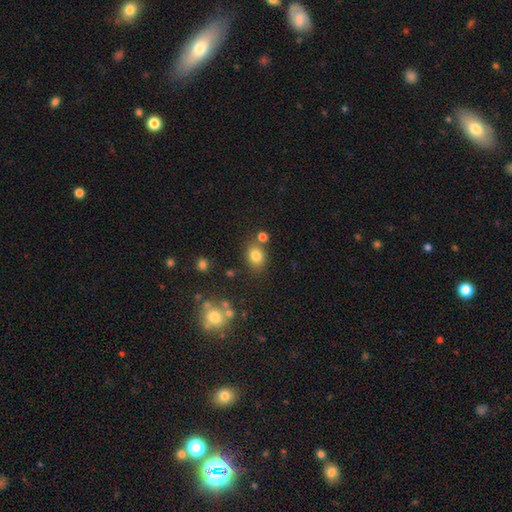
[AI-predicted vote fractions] Overall: smooth (80%). How rounded: in between (52%; round 47%). Merging: none (71%).